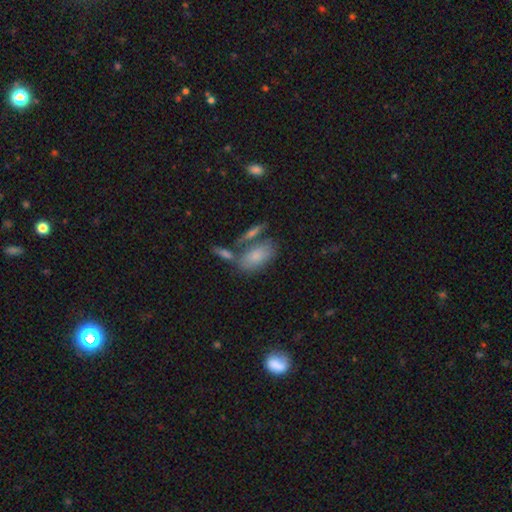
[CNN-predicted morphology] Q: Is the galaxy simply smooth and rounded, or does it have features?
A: smooth — 75%.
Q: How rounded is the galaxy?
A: in between — 89%.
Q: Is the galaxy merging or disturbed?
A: none — 52%.